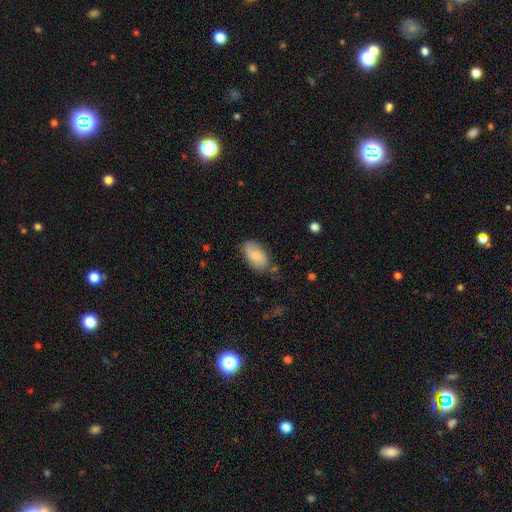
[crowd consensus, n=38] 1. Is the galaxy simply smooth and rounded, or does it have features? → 74% smooth, 24% featured or disk, 3% star or artifact.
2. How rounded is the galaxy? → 93% in between, 4% round, 4% cigar-shaped.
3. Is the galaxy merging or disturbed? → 59% none, 30% minor disturbance, 8% merger, 3% major disturbance.